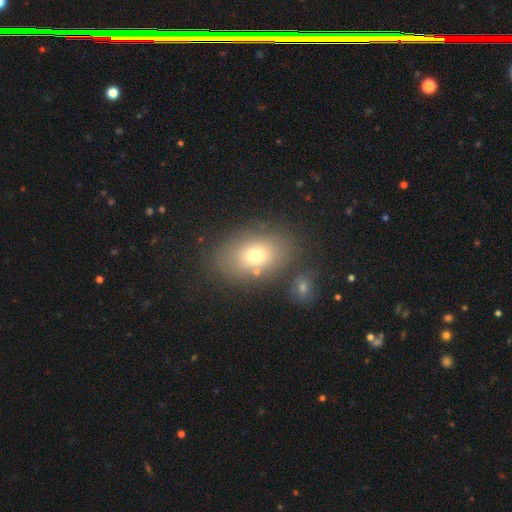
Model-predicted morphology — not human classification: Smooth or featured? smooth (70%)
How rounded? in between (80%)
Merging? none (72%)